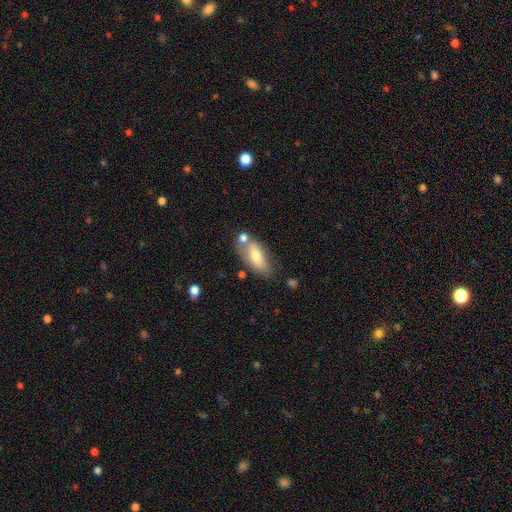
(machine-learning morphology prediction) The model was most divided on "merging": none: 53%, minor disturbance: 21%, merger: 19%, major disturbance: 7%. More confident: how rounded — in between (80%); smooth or featured — smooth (66%).